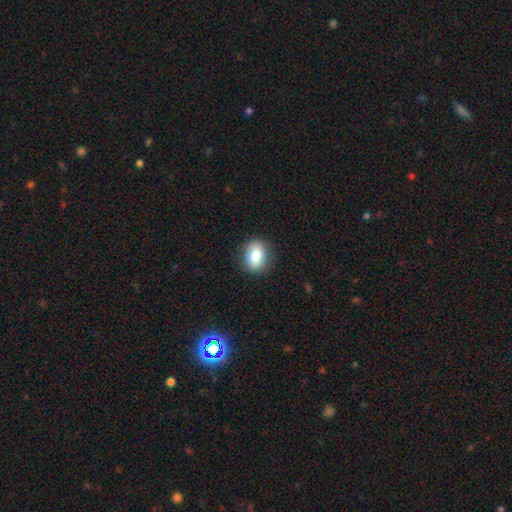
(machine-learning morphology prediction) type=smooth (79%); roundness=in between (54%); merging=none (87%).